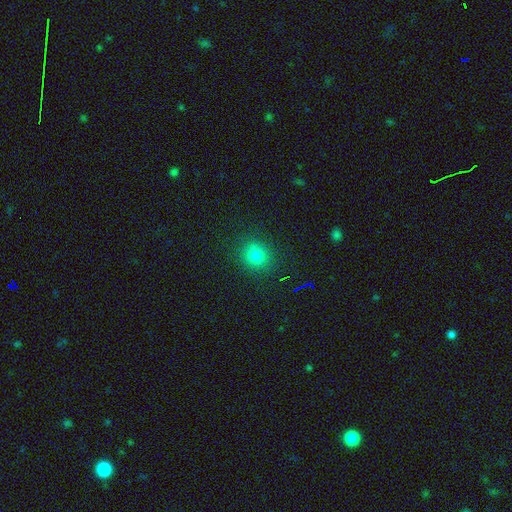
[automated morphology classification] Q: Smooth or featured?
A: smooth (77%); runner-up: star or artifact (17%)
Q: How rounded?
A: round (84%); runner-up: in between (15%)
Q: Merging?
A: none (88%); runner-up: minor disturbance (8%)